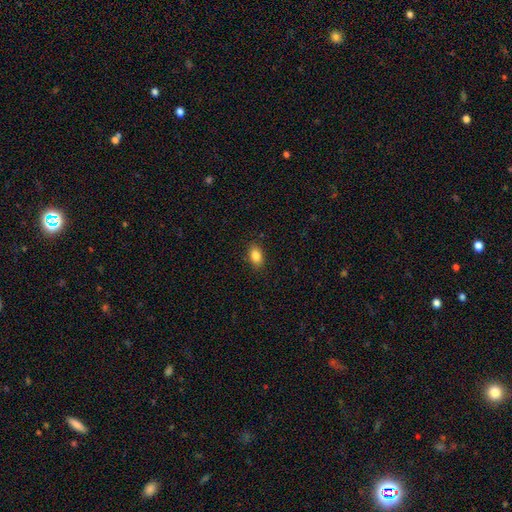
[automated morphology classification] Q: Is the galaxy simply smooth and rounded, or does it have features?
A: smooth — 86%.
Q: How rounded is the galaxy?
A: in between — 87%.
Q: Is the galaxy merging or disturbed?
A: none — 88%.